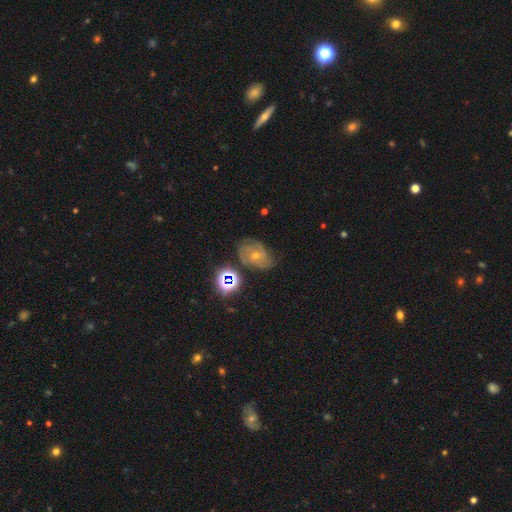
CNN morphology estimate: This is likely a featured or disk galaxy (64%). It is clearly not viewed edge-on (97%). Bar: likely no (69%). Spiral arm pattern: clearly yes (88%). Spiral arm count: marginally 3 (30%). Spiral winding: possibly tight (46%). Central bulge: possibly small (58%). Merging: likely none (61%).